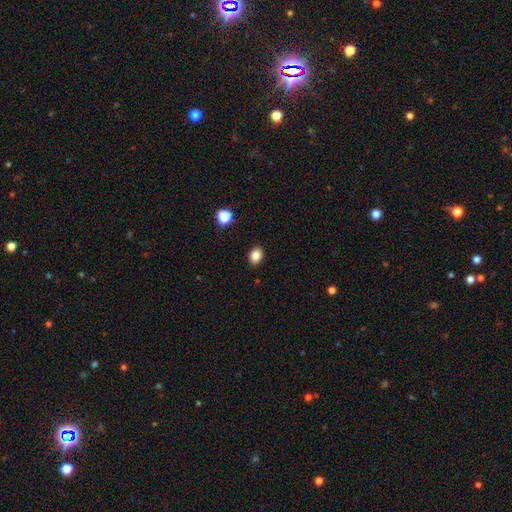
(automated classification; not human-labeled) Smooth or featured?
  - smooth: 84% *
  - star or artifact: 11%
  - featured or disk: 5%
How rounded?
  - in between: 65% *
  - round: 34%
  - cigar-shaped: 1%
Merging?
  - none: 89% *
  - minor disturbance: 8%
  - major disturbance: 2%
  - merger: 1%